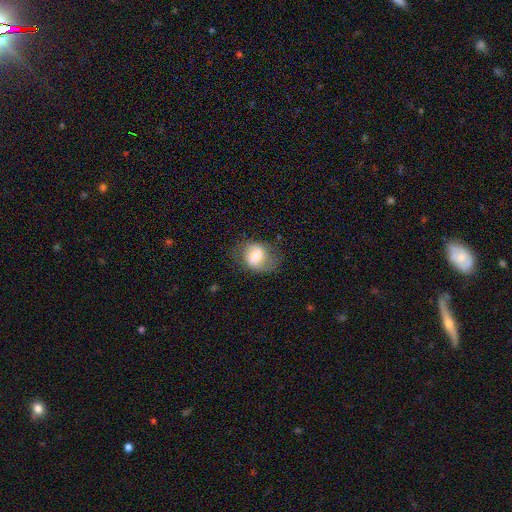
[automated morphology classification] Q: Smooth or featured?
A: smooth (57%); runner-up: featured or disk (35%)
Q: How rounded?
A: in between (51%); runner-up: round (48%)
Q: Merging?
A: none (64%); runner-up: minor disturbance (23%)